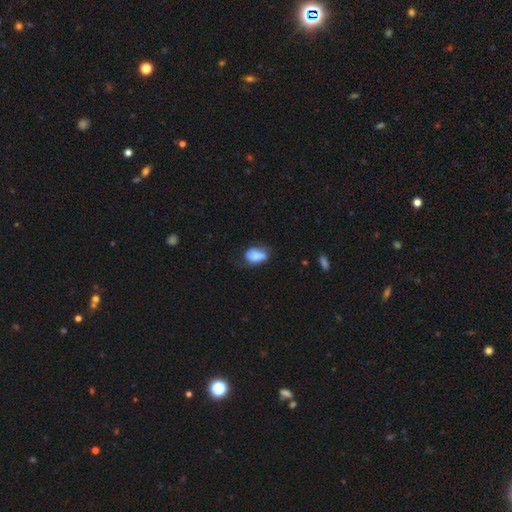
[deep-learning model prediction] smooth 74%, featured or disk 17%, star or artifact 8%. Down the decision tree: how rounded — in between (84%); merging — none (42%).